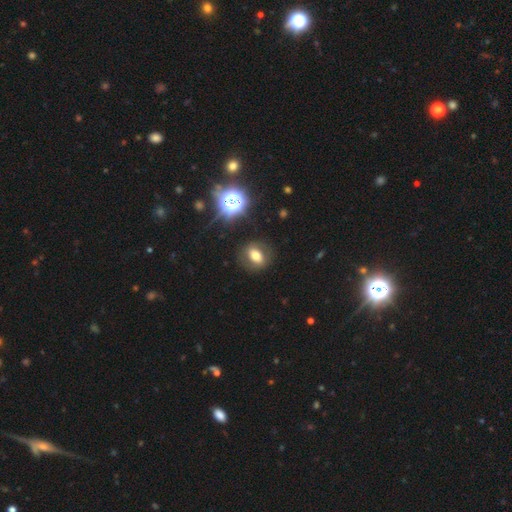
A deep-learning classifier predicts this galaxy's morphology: type=smooth (61%); roundness=in between (61%); merging=none (82%).